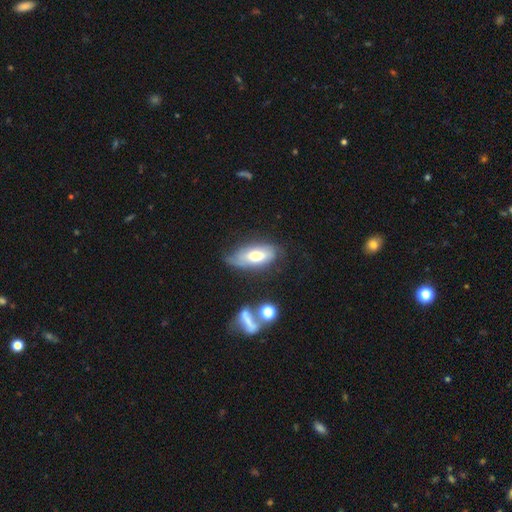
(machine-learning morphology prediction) Smooth or featured: smooth — 57% (featured or disk — 35%)
How rounded: in between — 84% (cigar-shaped — 13%)
Merging: none — 50% (minor disturbance — 33%)